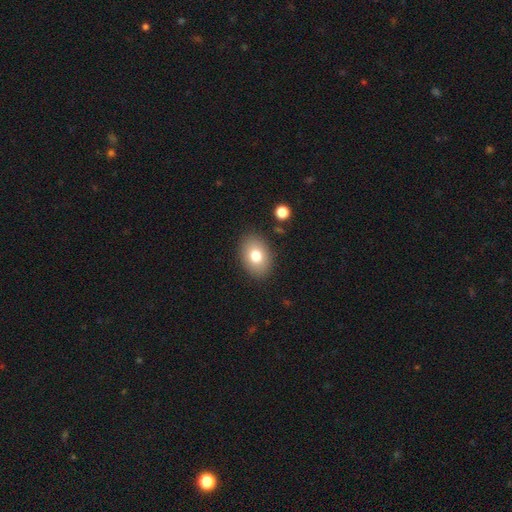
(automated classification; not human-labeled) Overall: smooth (78%). How rounded: in between (82%). Merging: none (87%).